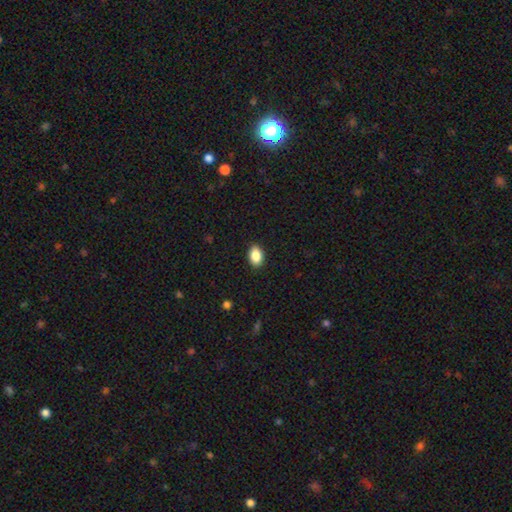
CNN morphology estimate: Smooth or featured: smooth — 88% (star or artifact — 8%)
How rounded: in between — 87% (round — 11%)
Merging: none — 89% (minor disturbance — 8%)